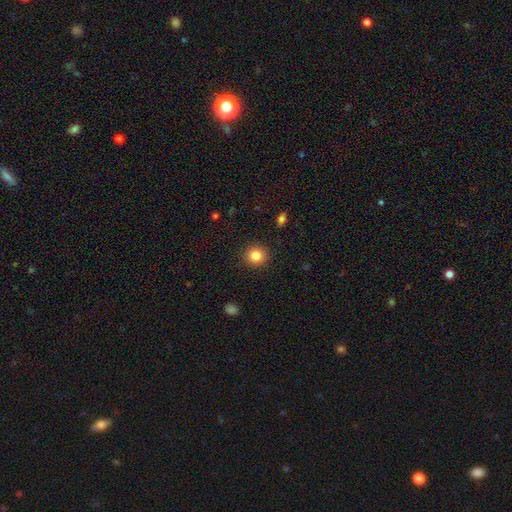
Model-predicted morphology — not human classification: A smooth galaxy with no disk features (84%) that is round (89%). Merging: none (91%).